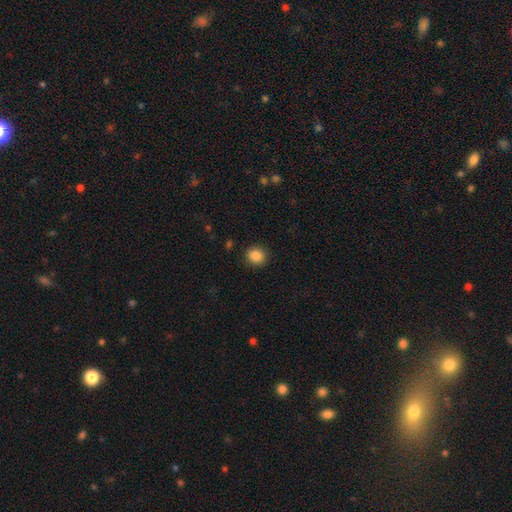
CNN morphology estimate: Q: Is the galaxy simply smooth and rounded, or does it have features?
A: smooth — 87%.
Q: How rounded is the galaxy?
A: round — 83%.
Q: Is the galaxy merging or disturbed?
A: none — 90%.